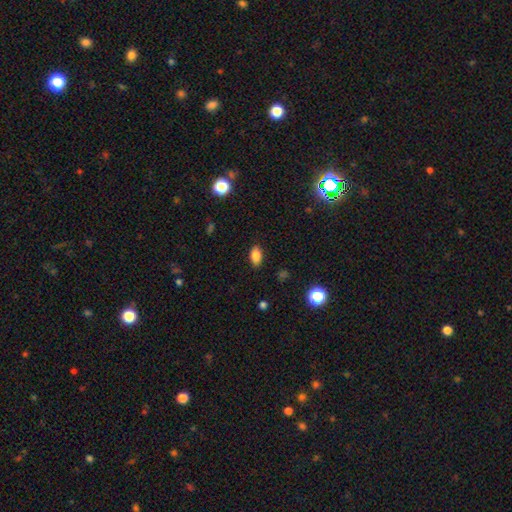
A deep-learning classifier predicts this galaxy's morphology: Smooth or featured?
  - smooth: 85% *
  - star or artifact: 10%
  - featured or disk: 5%
How rounded?
  - in between: 90% *
  - round: 7%
  - cigar-shaped: 3%
Merging?
  - none: 87% *
  - minor disturbance: 9%
  - major disturbance: 2%
  - merger: 1%